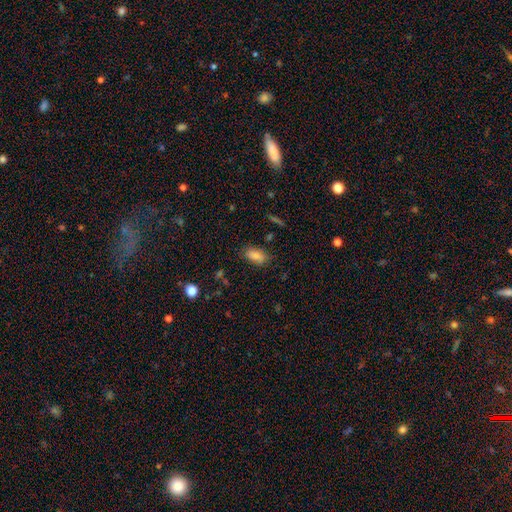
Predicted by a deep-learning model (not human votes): A smooth galaxy with no disk features (83%) that is in between round and cigar-shaped (90%).

Vote fractions:
- Smooth or featured? smooth: 83% / star or artifact: 9% / featured or disk: 9%
- How rounded? in between: 90% / cigar-shaped: 5% / round: 4%
- Merging? none: 75% / minor disturbance: 18% / major disturbance: 4% / merger: 2%